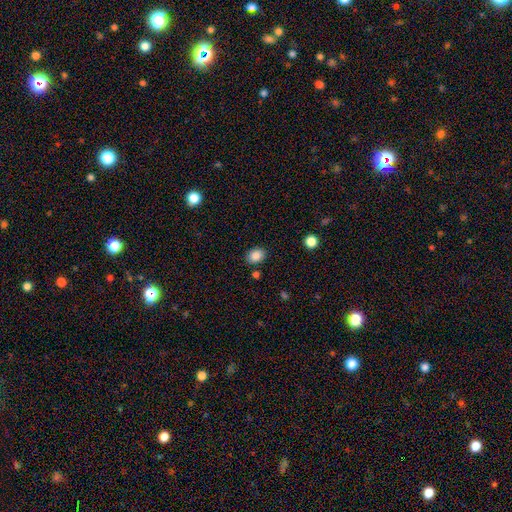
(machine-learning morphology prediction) Smooth or featured?
  - smooth: 86% *
  - star or artifact: 9%
  - featured or disk: 5%
How rounded?
  - in between: 63% *
  - round: 36%
  - cigar-shaped: 1%
Merging?
  - none: 85% *
  - minor disturbance: 10%
  - merger: 3%
  - major disturbance: 3%